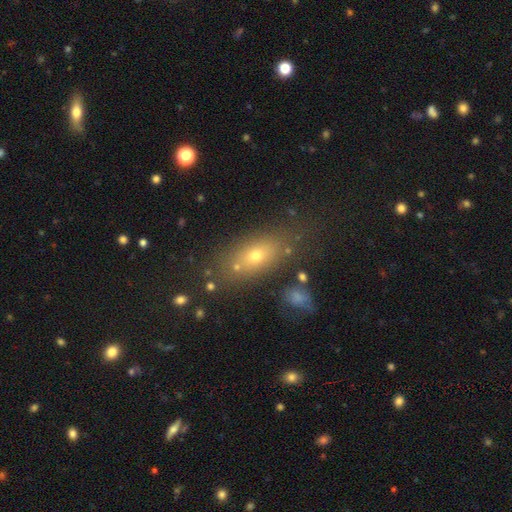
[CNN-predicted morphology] smooth 65%, featured or disk 19%, star or artifact 16%. Down the decision tree: how rounded — in between (73%); merging — none (71%).